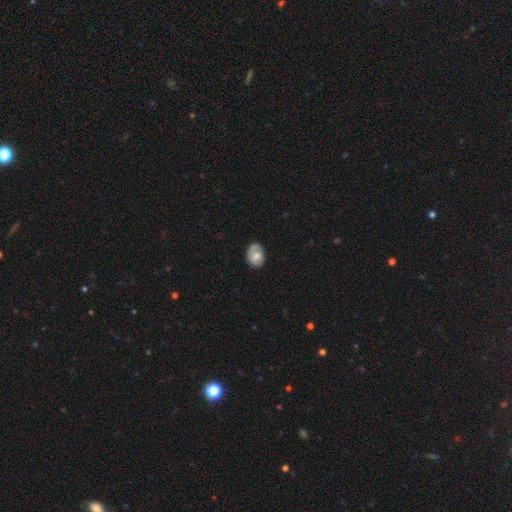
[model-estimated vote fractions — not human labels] Overall: smooth (62%; featured or disk 31%). How rounded: in between (73%). Merging: none (69%).